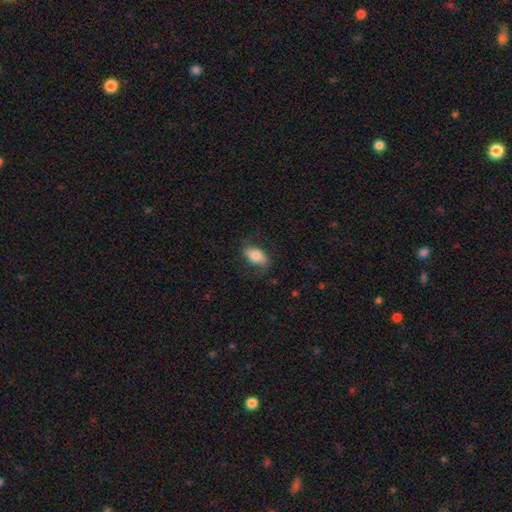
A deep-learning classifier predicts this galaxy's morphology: Q: Smooth or featured?
A: smooth (79%); runner-up: featured or disk (14%)
Q: How rounded?
A: in between (91%); runner-up: round (6%)
Q: Merging?
A: none (77%); runner-up: minor disturbance (16%)